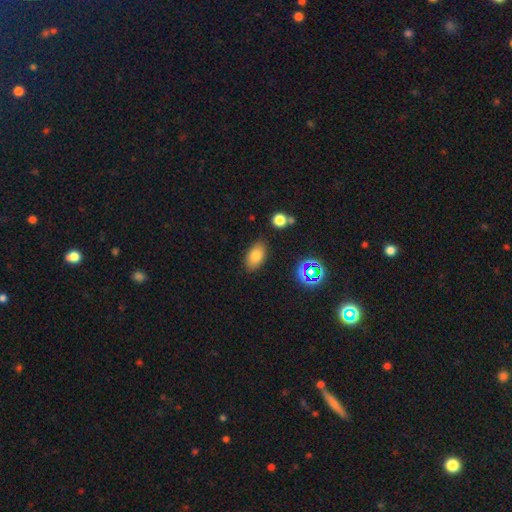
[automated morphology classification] smooth_or_featured: smooth (p=0.78) [alt: star or artifact p=0.12]
how_rounded: in between (p=0.90) [alt: round p=0.08]
merging: none (p=0.82) [alt: minor disturbance p=0.12]